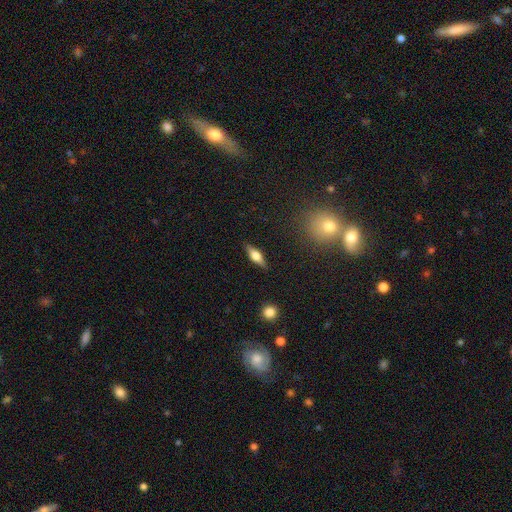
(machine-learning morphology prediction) type=featured or disk (51%); edge-on=yes (93%); merging=none (87%).